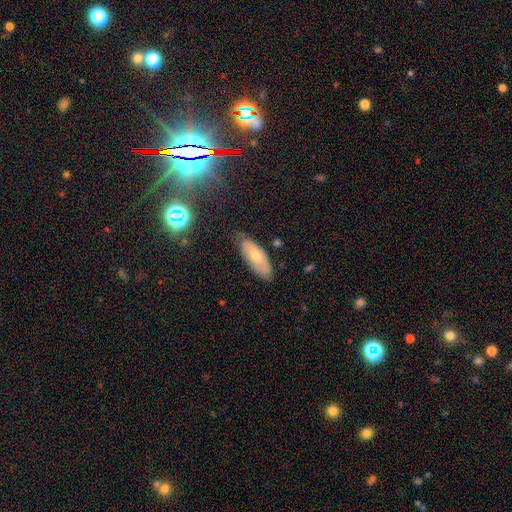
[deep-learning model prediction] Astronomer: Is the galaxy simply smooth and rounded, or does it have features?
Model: smooth — 59%.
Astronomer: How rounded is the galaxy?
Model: in between — 76%.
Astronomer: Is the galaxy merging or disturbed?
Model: none — 72%.